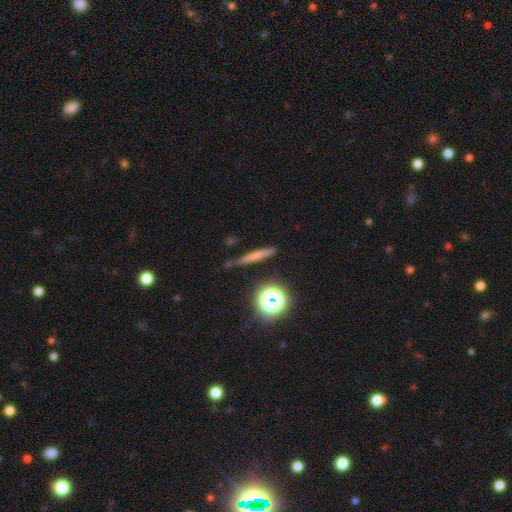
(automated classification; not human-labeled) Morphology: type=smooth (56%); roundness=cigar-shaped (80%); merging=none (77%).